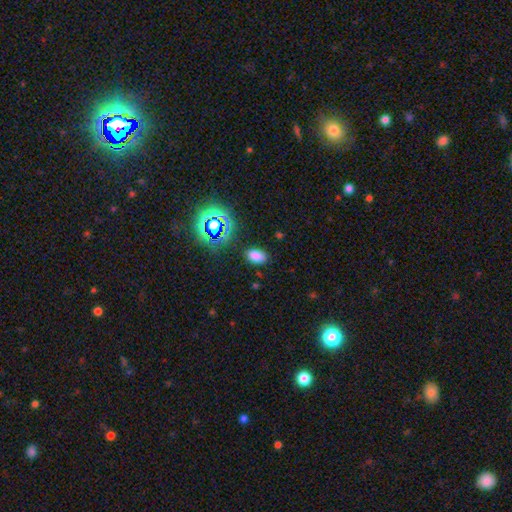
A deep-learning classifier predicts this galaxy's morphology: The model was most divided on "smooth or featured": smooth: 75%, star or artifact: 19%, featured or disk: 6%. More confident: how rounded — in between (87%); merging — none (84%).